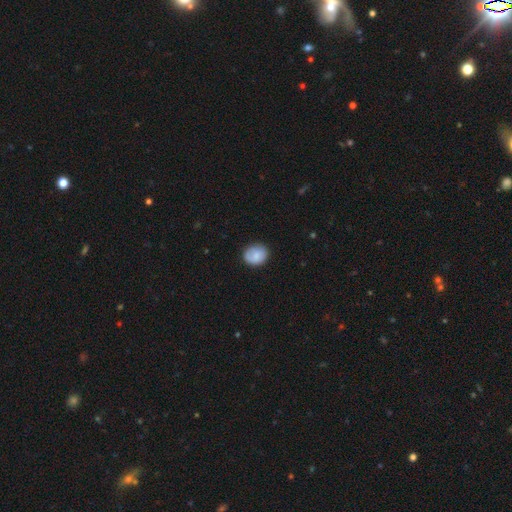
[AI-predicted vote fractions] Morphology: type=smooth (77%); roundness=round (63%); merging=none (79%).